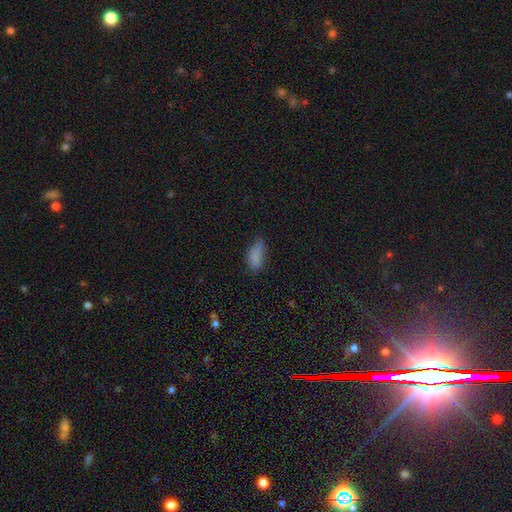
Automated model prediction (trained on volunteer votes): Morphology: type=smooth (82%); roundness=in between (88%); merging=none (49%).